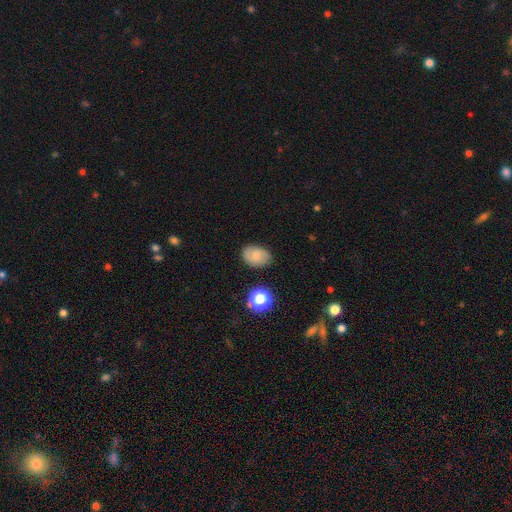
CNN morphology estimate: A smooth galaxy with no disk features (65%) that is in between round and cigar-shaped (76%).

Vote fractions:
- Smooth or featured? smooth: 65% / featured or disk: 23% / star or artifact: 12%
- How rounded? in between: 76% / round: 23% / cigar-shaped: 1%
- Merging? none: 79% / minor disturbance: 15% / major disturbance: 4% / merger: 2%